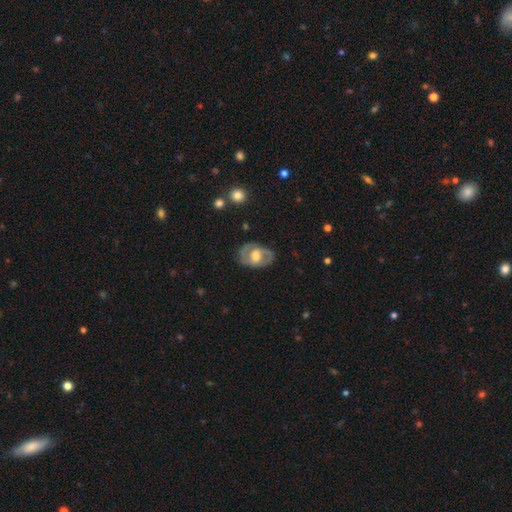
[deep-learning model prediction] Overall: featured or disk (68%). Edge-on disk: no (95%). Bar: weak (43%; no 40%). Spiral arms: yes (71%). Bulge size: moderate (59%; large 25%). Merging: none (76%).